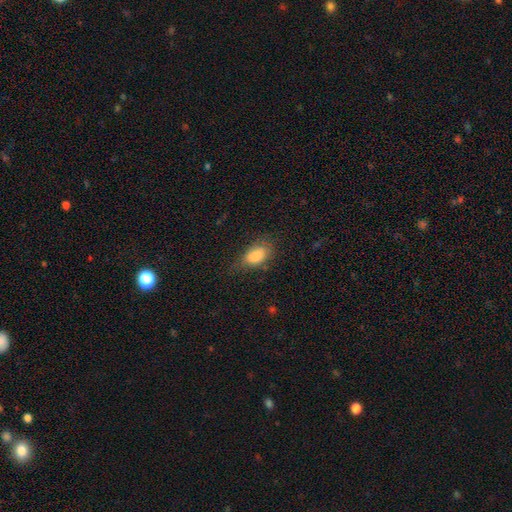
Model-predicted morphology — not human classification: Overall: smooth (83%). How rounded: in between (89%). Merging: none (64%; minor disturbance 26%).